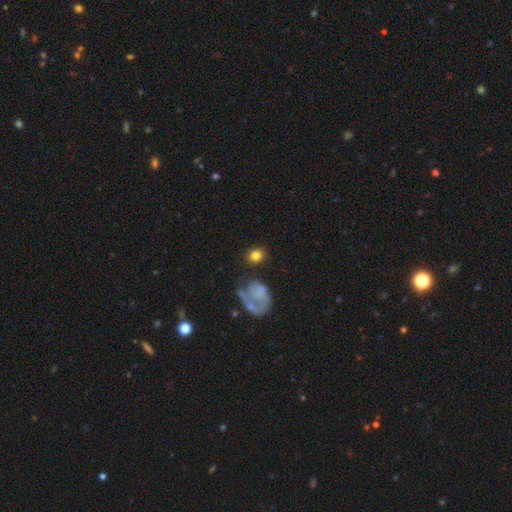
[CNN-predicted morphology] smooth 81%, featured or disk 10%, star or artifact 9%. Down the decision tree: how rounded — round (67%); merging — none (79%).